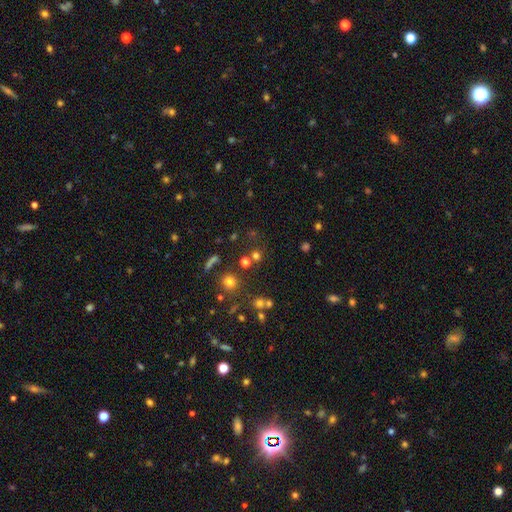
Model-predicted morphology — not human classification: Q: Smooth or featured?
A: smooth (61%); runner-up: star or artifact (29%)
Q: How rounded?
A: round (88%); runner-up: in between (10%)
Q: Merging?
A: none (72%); runner-up: merger (15%)